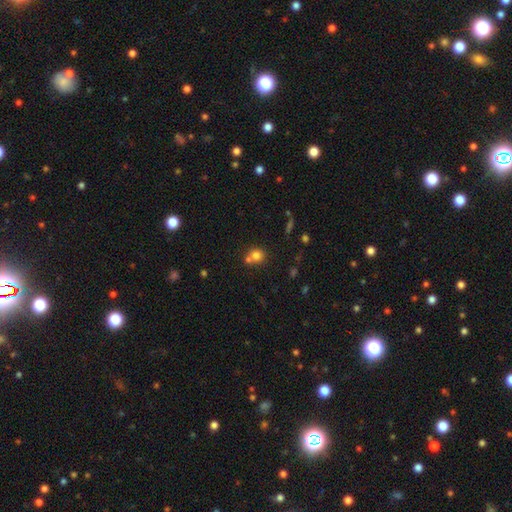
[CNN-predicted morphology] The model was most divided on "merging": none: 51%, merger: 38%, minor disturbance: 8%, major disturbance: 3%. More confident: how rounded — round (83%); smooth or featured — smooth (76%).